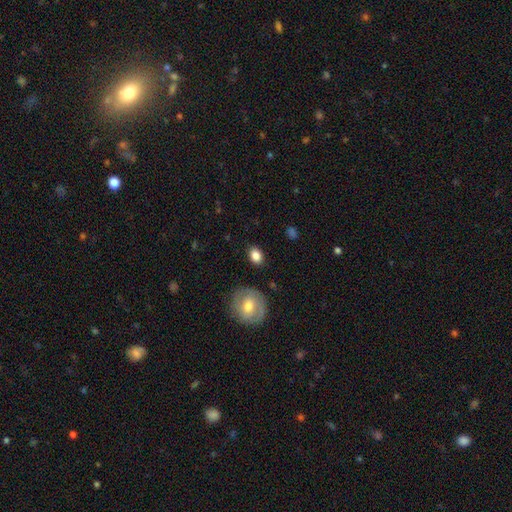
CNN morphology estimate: A smooth galaxy with no disk features (84%) that is in between round and cigar-shaped (71%). Merging: none (85%).